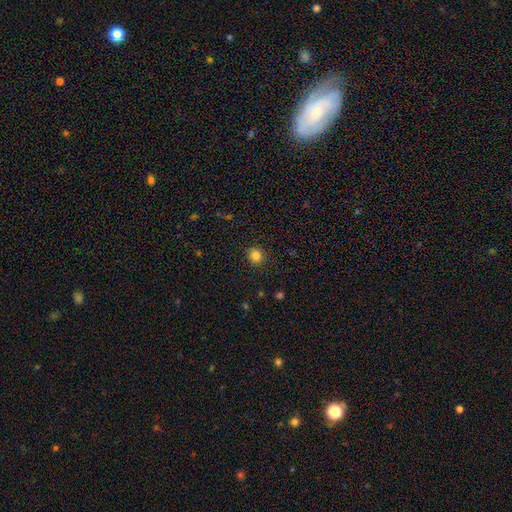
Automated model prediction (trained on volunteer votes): A smooth galaxy with no disk features (83%) that is round (89%). Merging: none (91%).